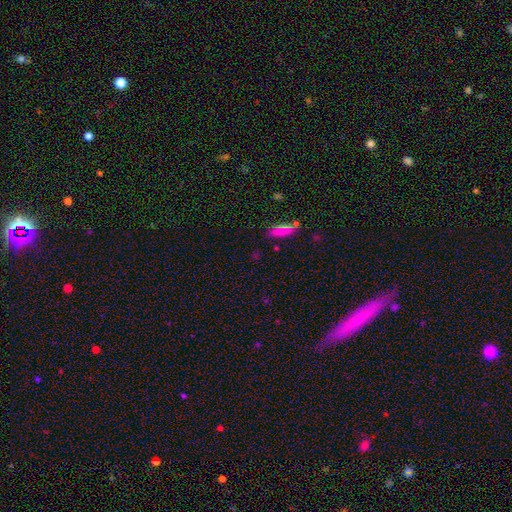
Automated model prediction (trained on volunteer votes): This appears to be a smooth galaxy with no disk features (51%) that is in between round and cigar-shaped (53%). Merging: none (78%).